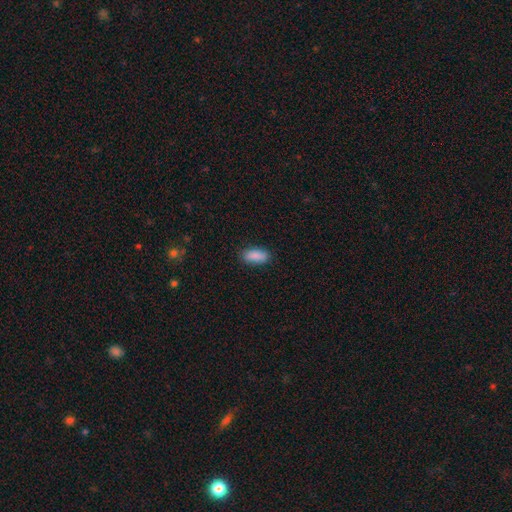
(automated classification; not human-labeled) smooth-or-featured: smooth: 90% | star or artifact: 7% | featured or disk: 3%
  how-rounded: in between: 87% | cigar-shaped: 10% | round: 2%
  merging: none: 87% | minor disturbance: 9% | major disturbance: 2% | merger: 1%